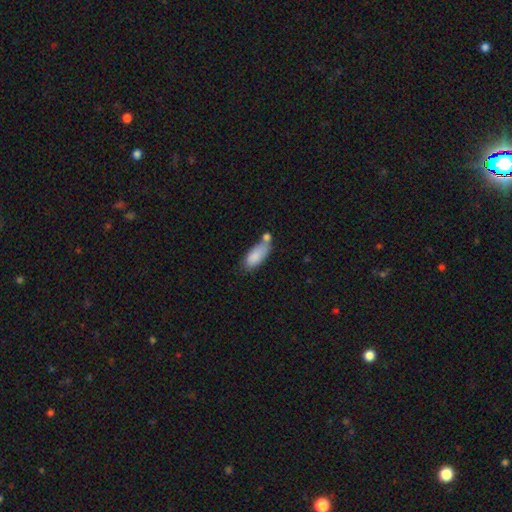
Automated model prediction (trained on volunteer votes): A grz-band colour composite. It shows a smooth galaxy with no disk features (84%) that is in between round and cigar-shaped (82%). Merging: none (40%).